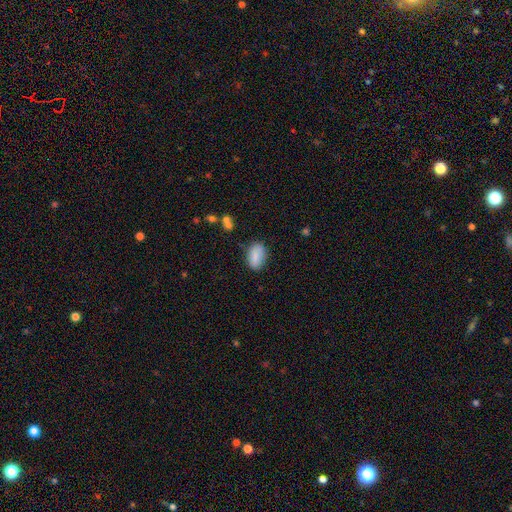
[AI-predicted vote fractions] Smooth or featured? Predicted: smooth (p=0.84). How rounded? Predicted: in between (p=0.90). Merging? Predicted: none (p=0.78).